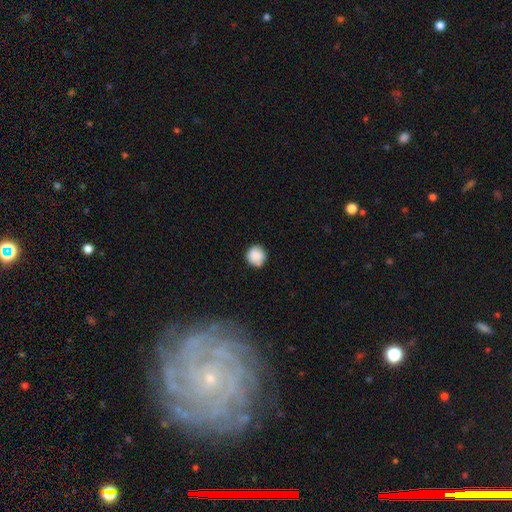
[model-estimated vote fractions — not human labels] A smooth galaxy with no disk features (88%) that is round (91%).

Vote fractions:
- Smooth or featured? smooth: 88% / star or artifact: 8% / featured or disk: 4%
- How rounded? round: 91% / in between: 8% / cigar-shaped: 1%
- Merging? none: 81% / minor disturbance: 14% / major disturbance: 3% / merger: 3%